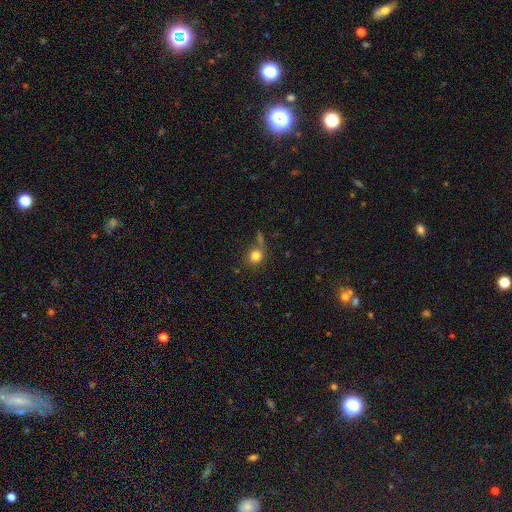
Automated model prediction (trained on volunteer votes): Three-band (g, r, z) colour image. It shows a smooth galaxy with no disk features (81%) that is round (87%). Merging: none (65%).